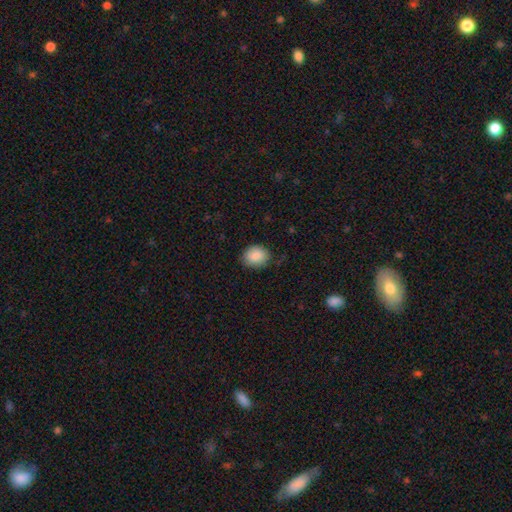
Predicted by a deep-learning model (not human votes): This is clearly a smooth galaxy (88%). How rounded: possibly round (56%). Merging: clearly none (80%).